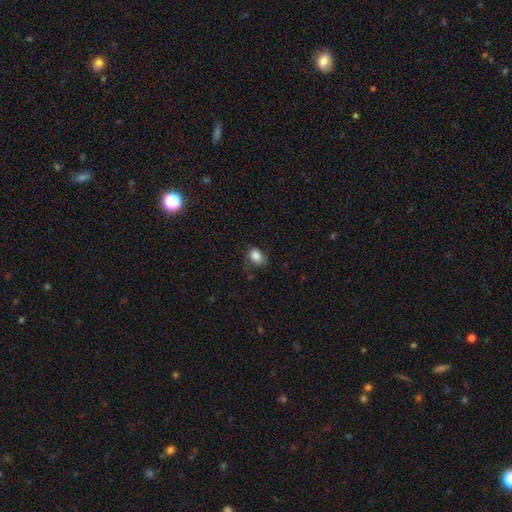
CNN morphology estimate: type=smooth (85%); roundness=in between (69%); merging=none (65%).